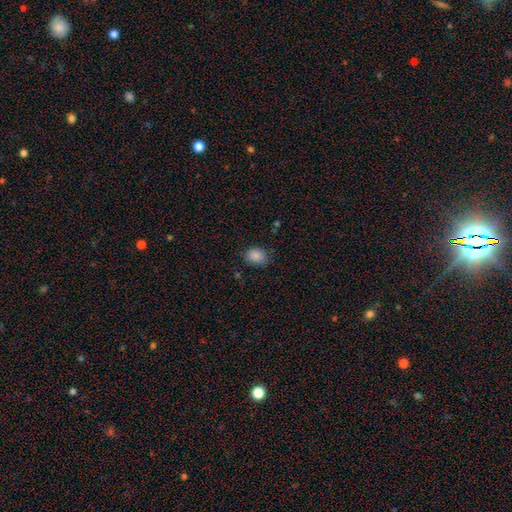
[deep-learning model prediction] Morphology: type=smooth (88%); roundness=in between (61%); merging=none (78%).